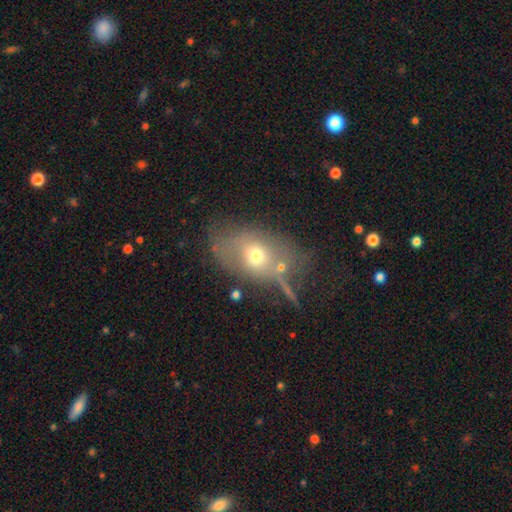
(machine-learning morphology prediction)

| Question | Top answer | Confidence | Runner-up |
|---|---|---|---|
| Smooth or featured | smooth | 57% | featured or disk (29%) |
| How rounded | in between | 69% | round (28%) |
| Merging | none | 52% | minor disturbance (19%) |